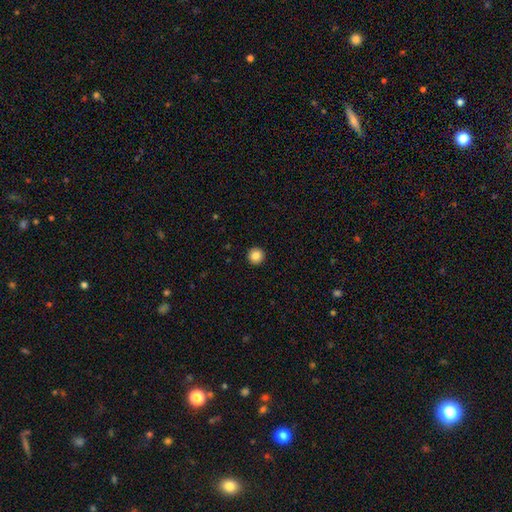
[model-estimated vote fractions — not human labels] Smooth or featured? Predicted: smooth (p=0.86). How rounded? Predicted: round (p=0.96). Merging? Predicted: none (p=0.94).